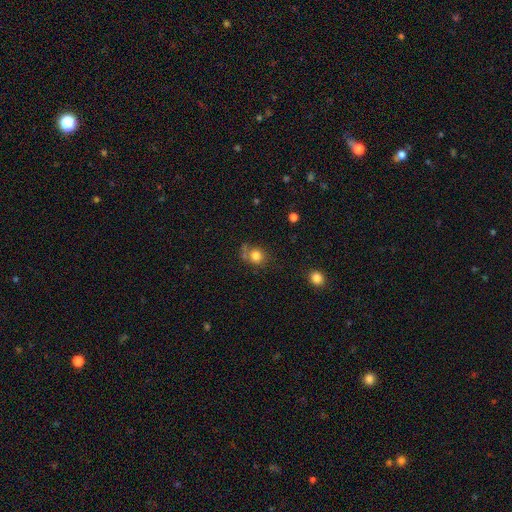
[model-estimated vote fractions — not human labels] Smooth or featured?
  - smooth: 80% *
  - star or artifact: 12%
  - featured or disk: 8%
How rounded?
  - round: 81% *
  - in between: 18%
  - cigar-shaped: 1%
Merging?
  - none: 62% *
  - minor disturbance: 17%
  - merger: 13%
  - major disturbance: 8%